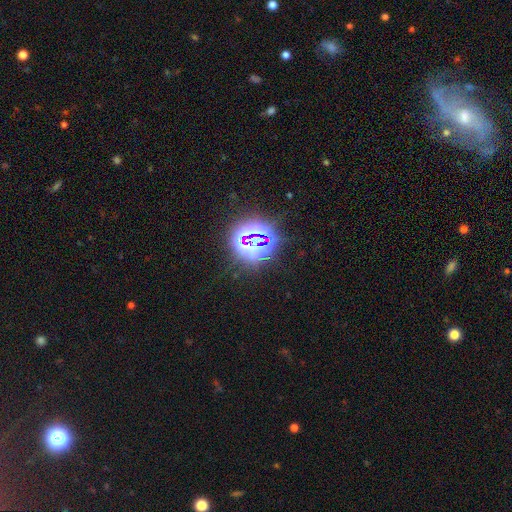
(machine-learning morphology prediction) Overall: star or artifact (77%).